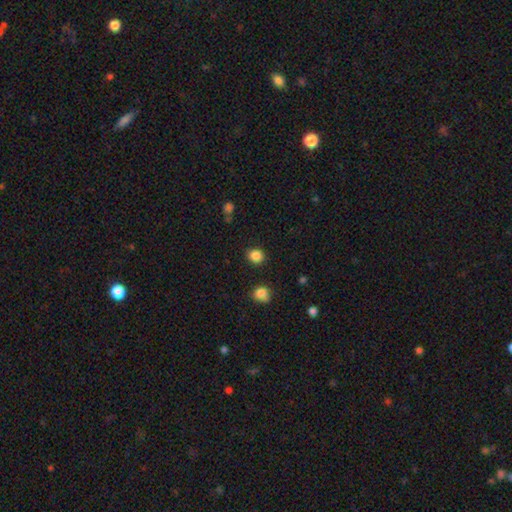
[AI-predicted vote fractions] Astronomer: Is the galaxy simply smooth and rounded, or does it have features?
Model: smooth — 86%.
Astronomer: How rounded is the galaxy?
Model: round — 73%.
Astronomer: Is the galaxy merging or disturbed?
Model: none — 87%.